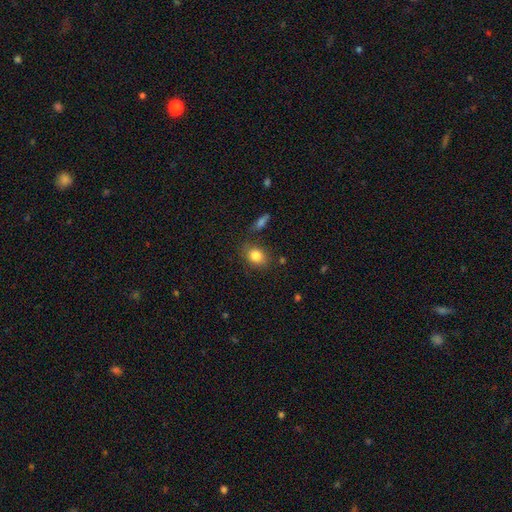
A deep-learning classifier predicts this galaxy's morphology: Smooth or featured?
  - smooth: 83% *
  - star or artifact: 9%
  - featured or disk: 8%
How rounded?
  - in between: 57% *
  - round: 41%
  - cigar-shaped: 1%
Merging?
  - none: 78% *
  - minor disturbance: 14%
  - major disturbance: 4%
  - merger: 4%